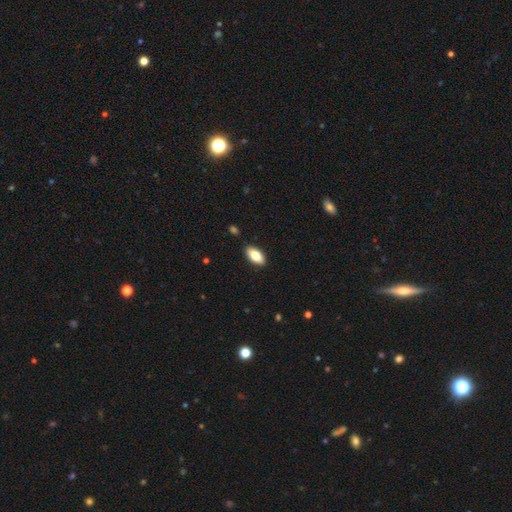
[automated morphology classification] Smooth or featured? Predicted: smooth (p=0.82). How rounded? Predicted: in between (p=0.92). Merging? Predicted: none (p=0.89).